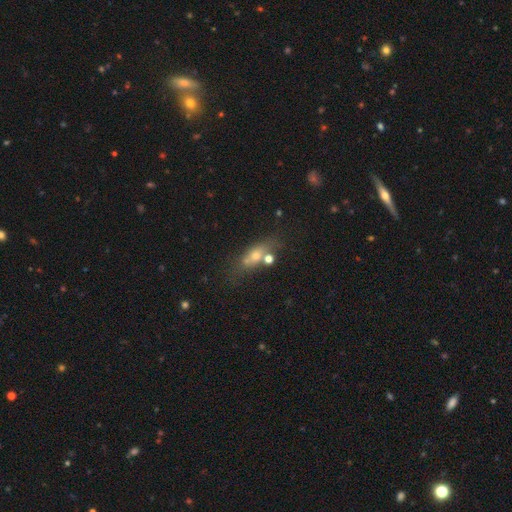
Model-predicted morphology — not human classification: A smooth galaxy with no disk features (54%) that is in between round and cigar-shaped (56%).

Vote fractions:
- Smooth or featured? smooth: 54% / featured or disk: 29% / star or artifact: 17%
- How rounded? in between: 56% / cigar-shaped: 30% / round: 14%
- Merging? none: 56% / merger: 22% / minor disturbance: 15% / major disturbance: 8%